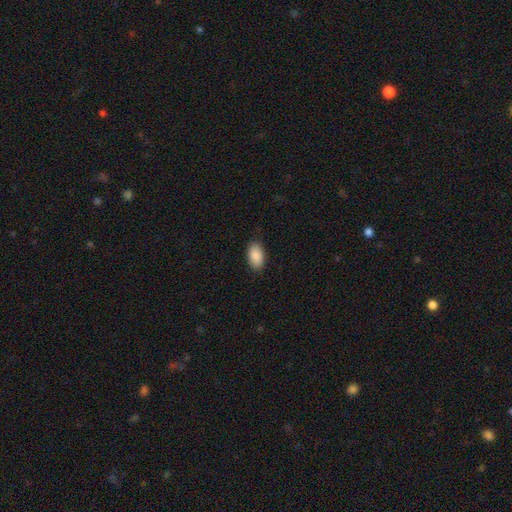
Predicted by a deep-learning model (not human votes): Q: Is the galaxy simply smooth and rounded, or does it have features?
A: smooth — 90%.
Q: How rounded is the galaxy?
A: in between — 94%.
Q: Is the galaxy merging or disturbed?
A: none — 87%.